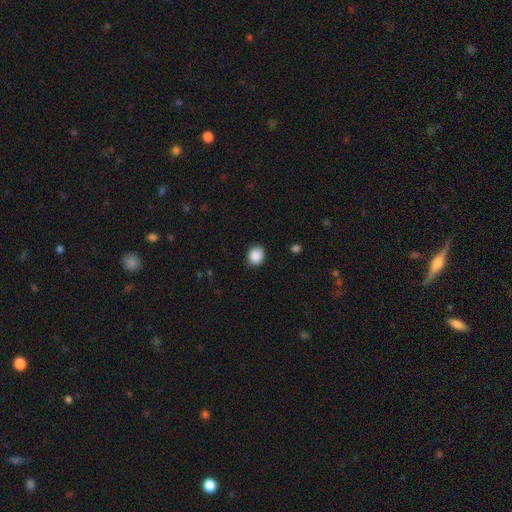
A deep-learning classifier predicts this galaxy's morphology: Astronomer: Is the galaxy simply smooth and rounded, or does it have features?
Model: smooth — 89%.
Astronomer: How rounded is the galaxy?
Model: round — 65%.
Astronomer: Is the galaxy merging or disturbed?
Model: none — 87%.